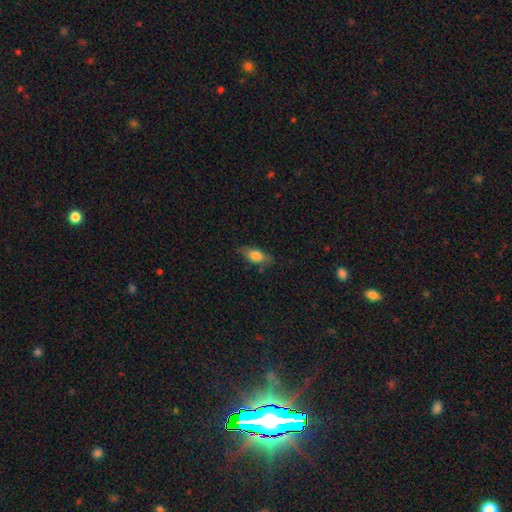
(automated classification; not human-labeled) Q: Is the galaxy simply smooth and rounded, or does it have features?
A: smooth — 76%.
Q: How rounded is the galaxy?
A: in between — 78%.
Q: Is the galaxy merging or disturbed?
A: none — 76%.